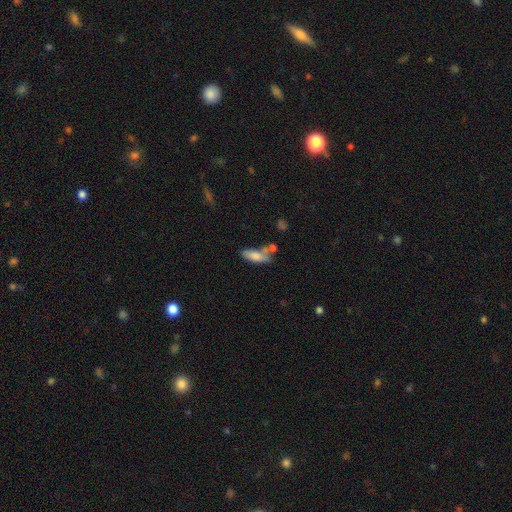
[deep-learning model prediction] Smooth or featured?
  - smooth: 76% *
  - featured or disk: 16%
  - star or artifact: 8%
How rounded?
  - in between: 69% *
  - cigar-shaped: 29%
  - round: 2%
Merging?
  - none: 43% *
  - minor disturbance: 23%
  - merger: 23%
  - major disturbance: 11%